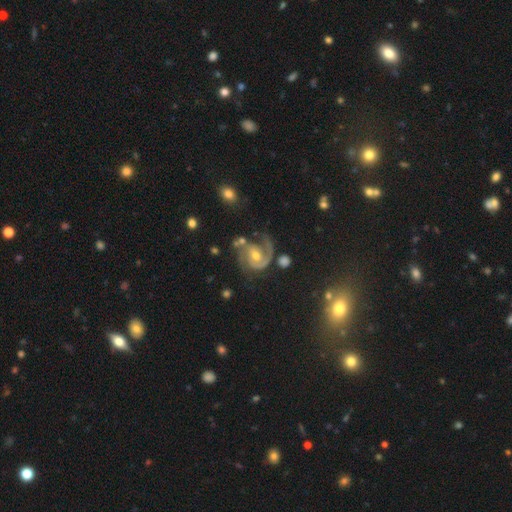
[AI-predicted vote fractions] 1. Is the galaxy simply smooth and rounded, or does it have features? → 88% featured or disk, 6% star or artifact, 6% smooth.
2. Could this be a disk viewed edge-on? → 98% no, 2% yes.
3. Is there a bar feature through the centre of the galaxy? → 52% no, 36% weak, 12% strong.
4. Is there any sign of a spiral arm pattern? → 97% yes, 3% no.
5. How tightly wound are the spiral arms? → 50% medium, 37% tight, 13% loose.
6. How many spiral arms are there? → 69% 2, 14% 1, 8% 3, 5% can't tell, 2% 4, 2% more than 4.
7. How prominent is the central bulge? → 65% moderate, 29% small, 4% large, 2% none, 1% dominant.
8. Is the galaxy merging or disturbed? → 55% none, 21% minor disturbance, 16% major disturbance, 8% merger.